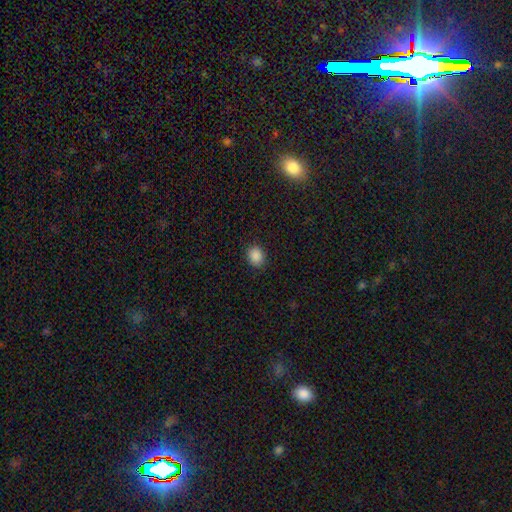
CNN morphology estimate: type=smooth (88%); roundness=round (59%); merging=none (89%).